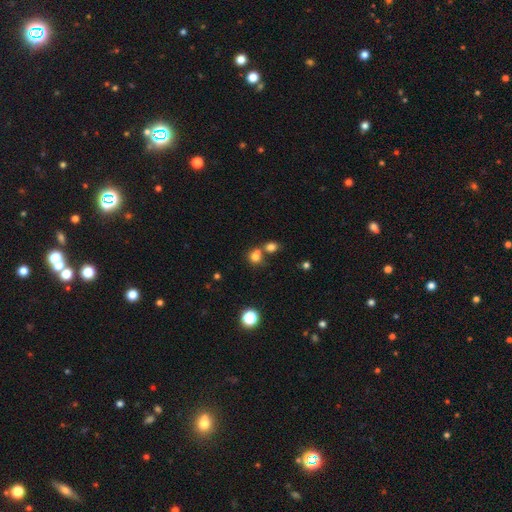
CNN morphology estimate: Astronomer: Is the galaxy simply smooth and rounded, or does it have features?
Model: smooth — 75%.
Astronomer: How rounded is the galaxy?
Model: round — 69%.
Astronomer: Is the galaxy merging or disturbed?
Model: merger — 48% (runner-up: none, 40%).